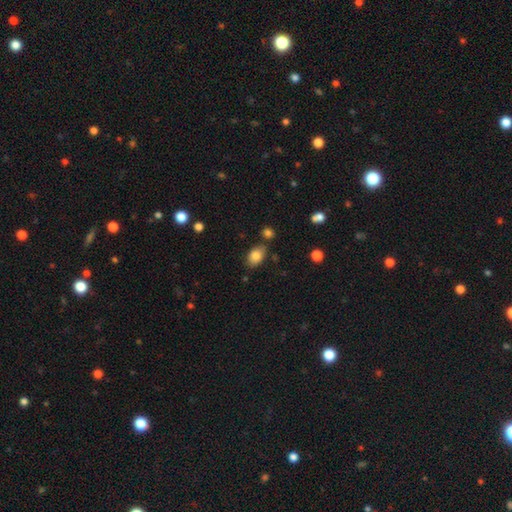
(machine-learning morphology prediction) smooth 84%, star or artifact 9%, featured or disk 7%. Down the decision tree: how rounded — in between (83%); merging — none (73%).